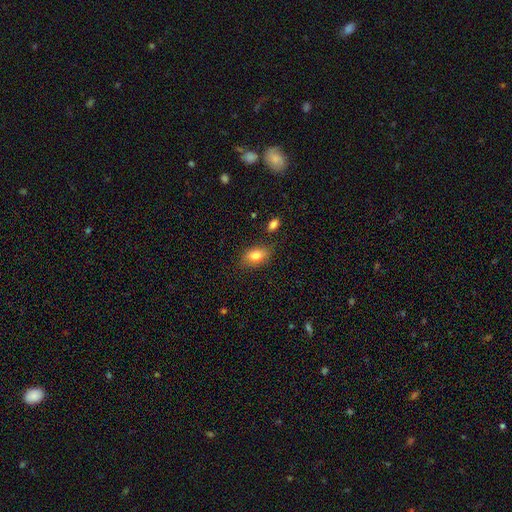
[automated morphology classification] A smooth galaxy with no disk features (81%) that is in between round and cigar-shaped (86%).

Vote fractions:
- Smooth or featured? smooth: 81% / featured or disk: 11% / star or artifact: 8%
- How rounded? in between: 86% / round: 11% / cigar-shaped: 3%
- Merging? none: 77% / minor disturbance: 15% / major disturbance: 4% / merger: 4%